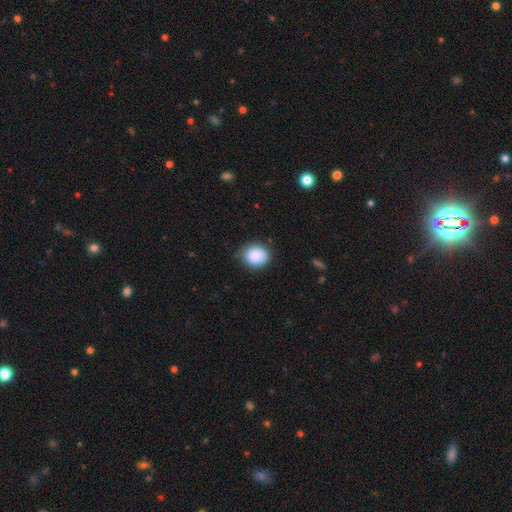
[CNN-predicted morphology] Overall: smooth (88%). How rounded: round (58%; in between 41%). Merging: none (76%).